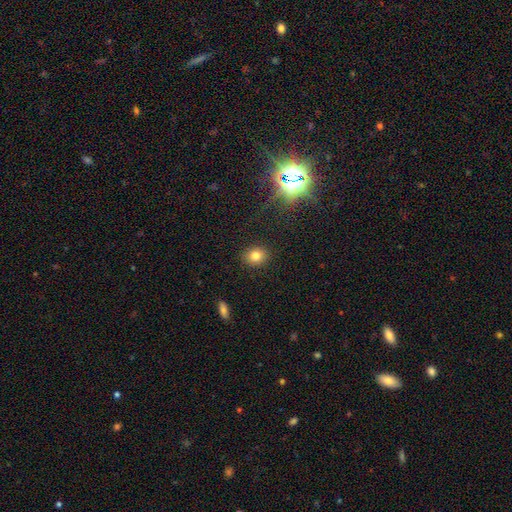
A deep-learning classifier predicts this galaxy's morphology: Overall: smooth (79%). How rounded: round (64%; in between 35%). Merging: none (89%).